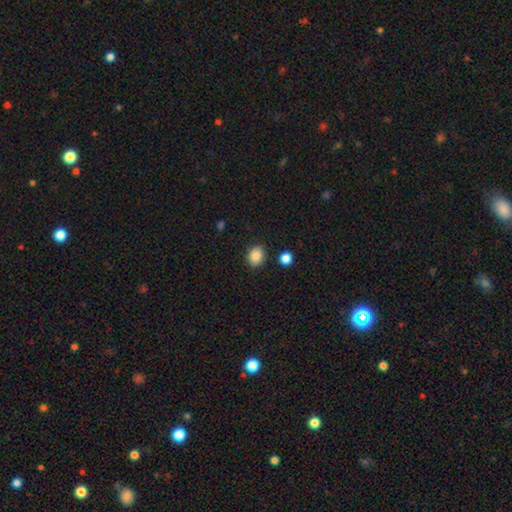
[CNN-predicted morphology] The model was most divided on "how rounded": round: 56%, in between: 43%, cigar-shaped: 1%. More confident: smooth or featured — smooth (88%); merging — none (86%).